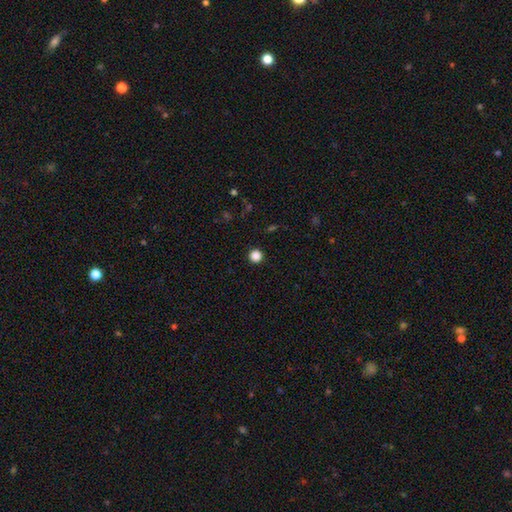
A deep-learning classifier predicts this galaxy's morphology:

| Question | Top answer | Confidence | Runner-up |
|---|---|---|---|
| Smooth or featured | smooth | 86% | star or artifact (11%) |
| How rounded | round | 96% | in between (3%) |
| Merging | none | 94% | minor disturbance (4%) |